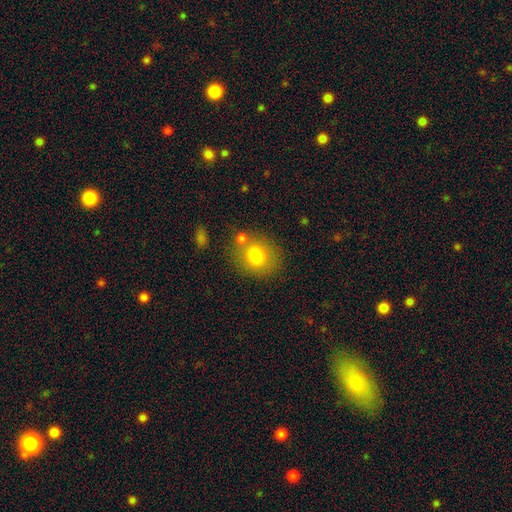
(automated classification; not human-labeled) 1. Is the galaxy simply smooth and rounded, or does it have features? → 78% smooth, 12% featured or disk, 10% star or artifact.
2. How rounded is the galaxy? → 71% round, 28% in between, 1% cigar-shaped.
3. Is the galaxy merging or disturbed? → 66% none, 16% merger, 13% minor disturbance, 5% major disturbance.